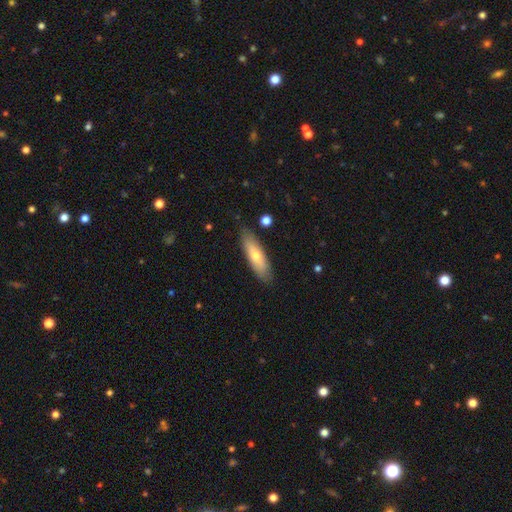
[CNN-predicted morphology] smooth_or_featured: smooth (p=0.65) [alt: featured or disk p=0.29]
how_rounded: cigar-shaped (p=0.59) [alt: in between p=0.39]
merging: none (p=0.86) [alt: minor disturbance p=0.11]